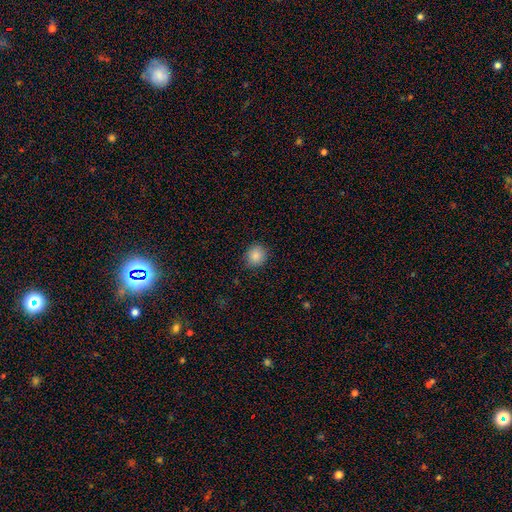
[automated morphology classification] smooth-or-featured: smooth: 87% | star or artifact: 10% | featured or disk: 4%
  how-rounded: round: 84% | in between: 15% | cigar-shaped: 1%
  merging: none: 88% | minor disturbance: 9% | major disturbance: 2% | merger: 1%